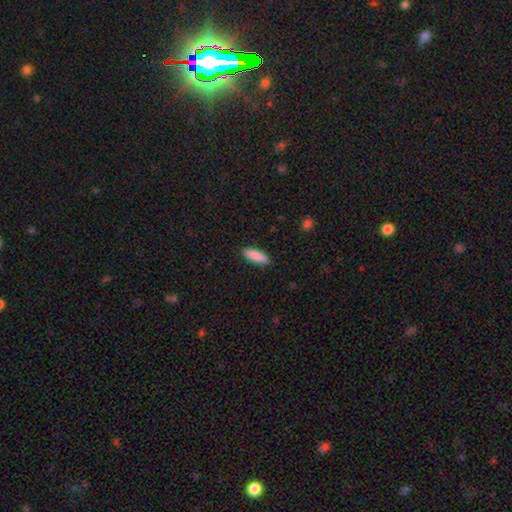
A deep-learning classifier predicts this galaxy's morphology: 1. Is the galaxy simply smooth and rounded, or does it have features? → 90% smooth, 6% star or artifact, 4% featured or disk.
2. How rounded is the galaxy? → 58% in between, 40% cigar-shaped, 2% round.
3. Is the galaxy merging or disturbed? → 89% none, 8% minor disturbance, 2% major disturbance, 1% merger.